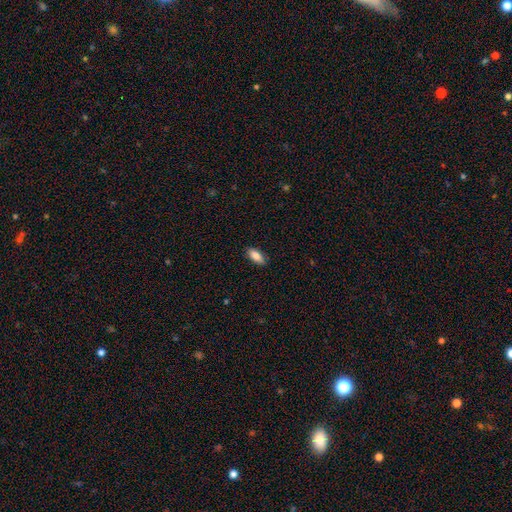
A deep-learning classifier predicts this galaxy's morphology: Smooth or featured?
  - smooth: 84% *
  - featured or disk: 9%
  - star or artifact: 7%
How rounded?
  - in between: 83% *
  - cigar-shaped: 15%
  - round: 2%
Merging?
  - none: 87% *
  - minor disturbance: 10%
  - major disturbance: 2%
  - merger: 1%